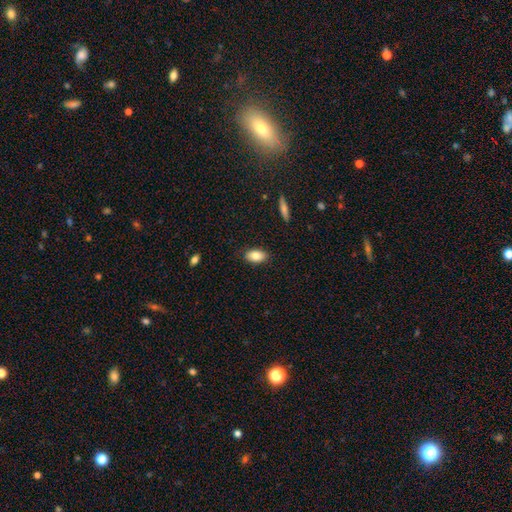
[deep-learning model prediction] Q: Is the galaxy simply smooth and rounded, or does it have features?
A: smooth — 83%.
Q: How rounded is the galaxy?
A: in between — 92%.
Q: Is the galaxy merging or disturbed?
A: none — 86%.